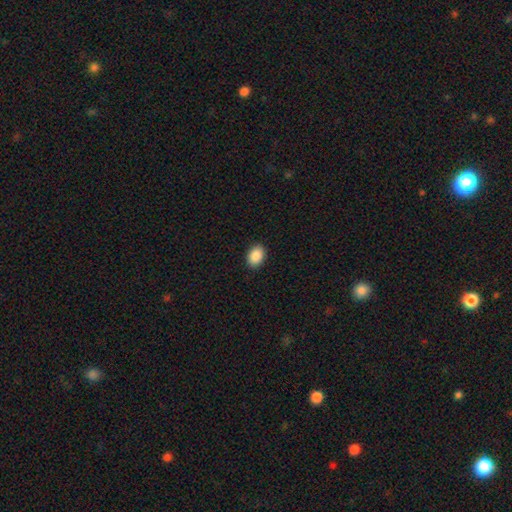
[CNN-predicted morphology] Smooth or featured? smooth (89%)
How rounded? in between (82%)
Merging? none (90%)